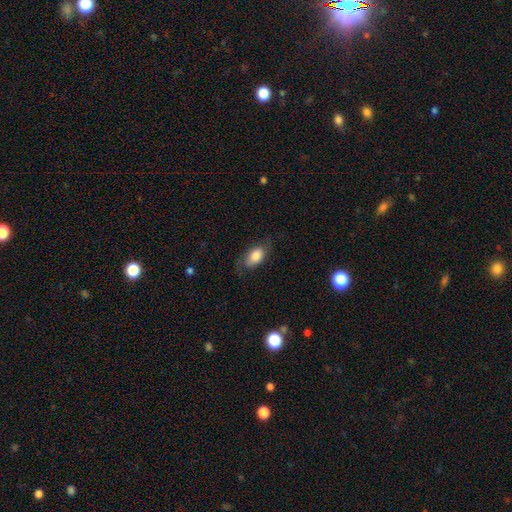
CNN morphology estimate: smooth-or-featured: smooth: 79% | featured or disk: 14% | star or artifact: 7%
  how-rounded: in between: 90% | round: 7% | cigar-shaped: 4%
  merging: none: 68% | minor disturbance: 22% | major disturbance: 9% | merger: 1%